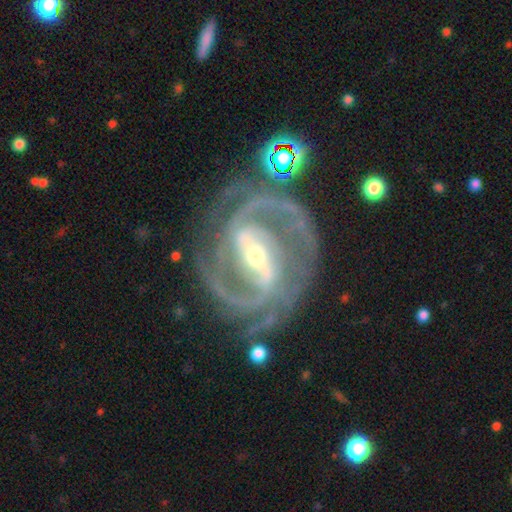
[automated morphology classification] featured or disk 93%, star or artifact 5%, smooth 3%. Down the decision tree: edge-on disk — no (97%); bar — strong (70%); spiral arms — yes (98%); spiral arm count — 2 (61%); spiral winding — medium (47%); bulge size — small (60%); merging — none (73%).